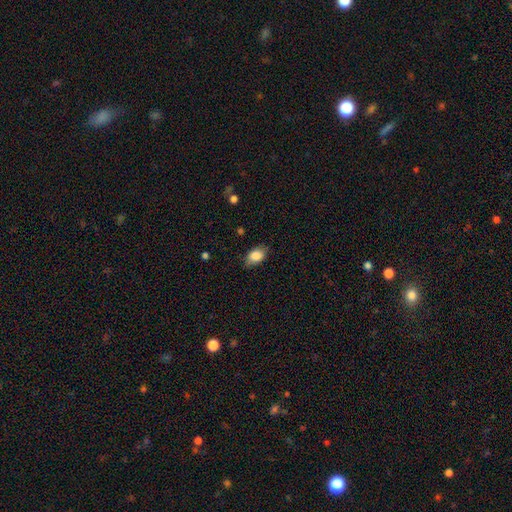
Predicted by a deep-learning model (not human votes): Smooth or featured? smooth (85%)
How rounded? in between (86%)
Merging? none (78%)